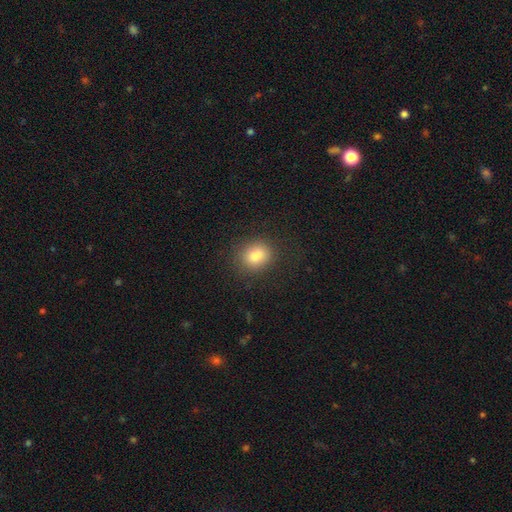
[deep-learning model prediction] This appears to be a smooth galaxy with no disk features (83%) that is round (62%). Merging: none (84%).